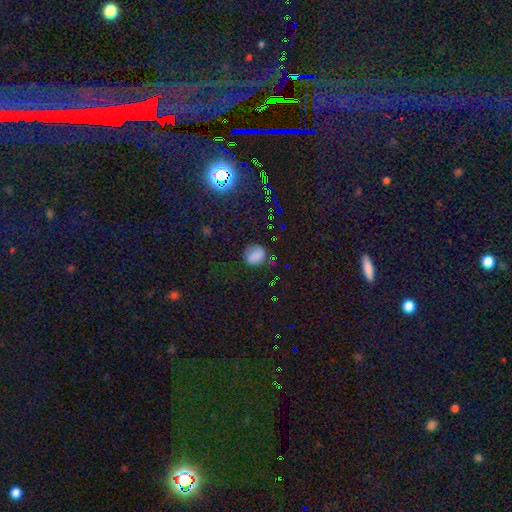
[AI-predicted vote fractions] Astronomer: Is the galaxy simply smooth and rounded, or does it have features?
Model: smooth — 69%.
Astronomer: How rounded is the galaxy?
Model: round — 68%.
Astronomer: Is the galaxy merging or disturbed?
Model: none — 74%.